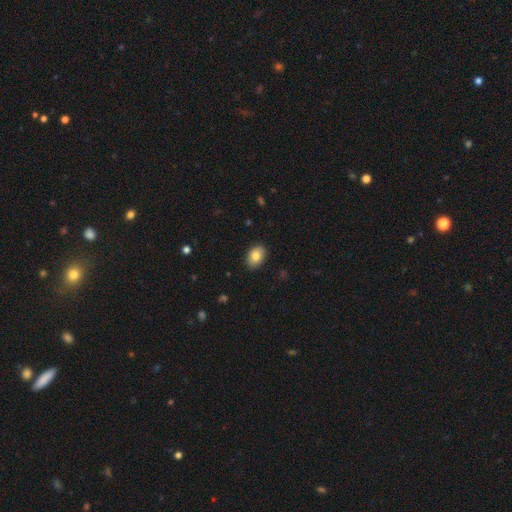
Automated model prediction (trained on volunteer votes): smooth 83%, featured or disk 10%, star or artifact 7%. Down the decision tree: how rounded — in between (83%); merging — none (88%).